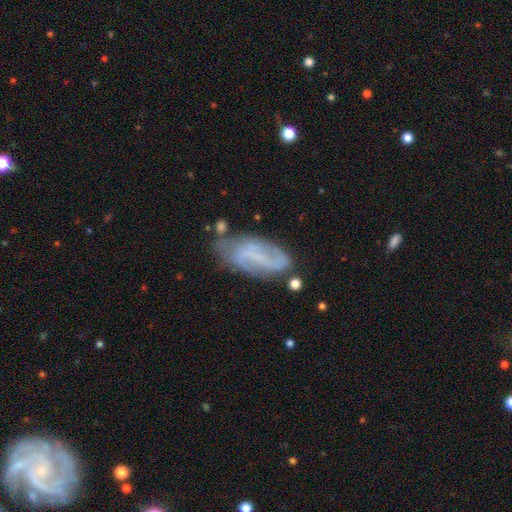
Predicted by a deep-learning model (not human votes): This appears to be a featured or disk galaxy (64%) with a weak bar (38%), spiral arms (79%) and no central bulge (56%). Merging: none (59%).